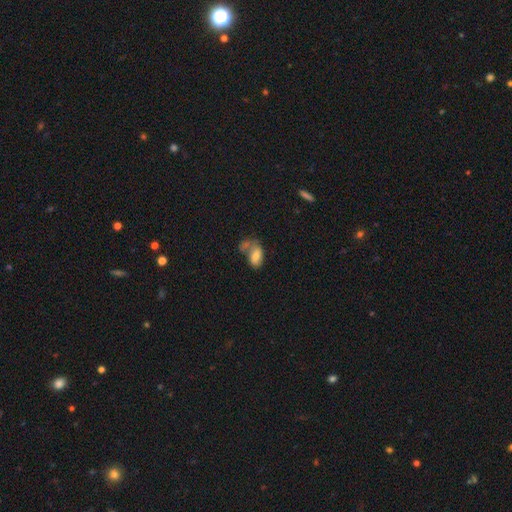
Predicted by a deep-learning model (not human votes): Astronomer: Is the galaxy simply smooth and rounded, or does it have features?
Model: smooth — 69%.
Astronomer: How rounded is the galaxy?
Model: in between — 90%.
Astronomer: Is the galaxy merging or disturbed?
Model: merger — 42% (runner-up: none, 25%).